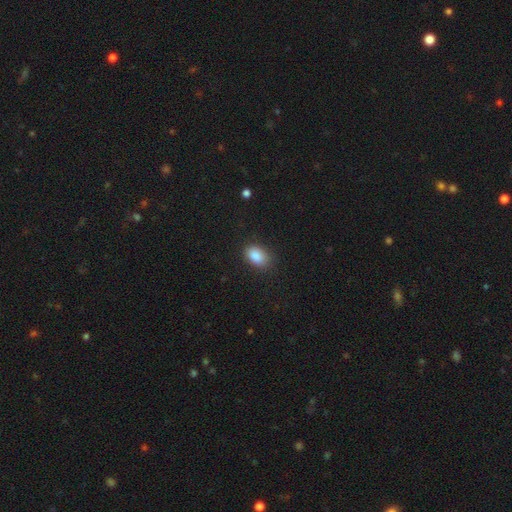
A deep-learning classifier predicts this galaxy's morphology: Q: Smooth or featured?
A: smooth (87%); runner-up: star or artifact (9%)
Q: How rounded?
A: in between (83%); runner-up: round (15%)
Q: Merging?
A: none (81%); runner-up: minor disturbance (15%)